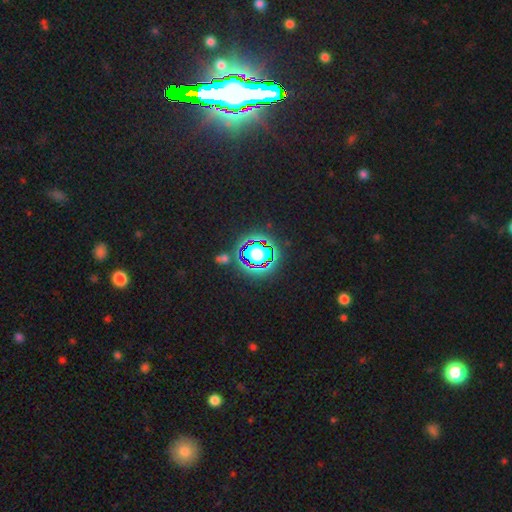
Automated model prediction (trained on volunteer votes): The model was most divided on "smooth or featured": star or artifact: 67%, smooth: 21%, featured or disk: 13%.